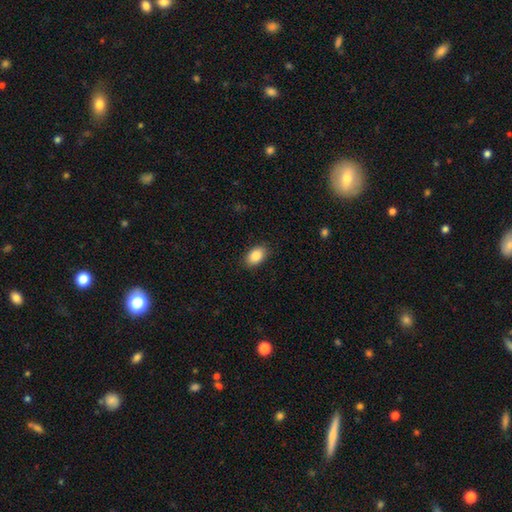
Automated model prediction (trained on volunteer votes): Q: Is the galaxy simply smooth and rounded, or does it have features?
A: smooth — 87%.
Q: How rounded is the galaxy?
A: in between — 89%.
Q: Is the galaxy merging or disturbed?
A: none — 88%.